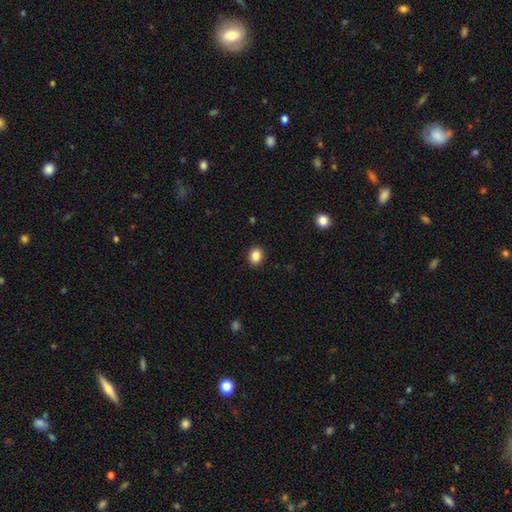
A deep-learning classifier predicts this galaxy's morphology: smooth-or-featured: smooth: 86% | star or artifact: 10% | featured or disk: 4%
  how-rounded: round: 58% | in between: 41% | cigar-shaped: 1%
  merging: none: 91% | minor disturbance: 6% | major disturbance: 2% | merger: 1%